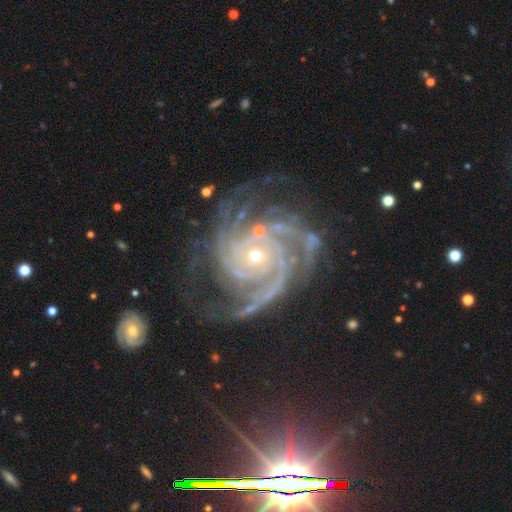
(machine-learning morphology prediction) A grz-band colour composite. It shows a featured or disk galaxy (92%) with no bar (77%), 3 (27%) tight (65%) spiral arms (99%) and a small central bulge (70%). Merging: none (62%).